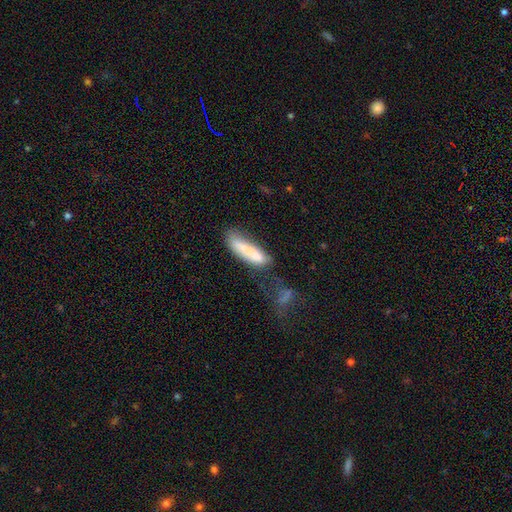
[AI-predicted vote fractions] A smooth galaxy with no disk features (75%) that is cigar-shaped (68%).

Vote fractions:
- Smooth or featured? smooth: 75% / featured or disk: 18% / star or artifact: 7%
- How rounded? cigar-shaped: 68% / in between: 30% / round: 2%
- Merging? none: 46% / minor disturbance: 27% / major disturbance: 16% / merger: 11%